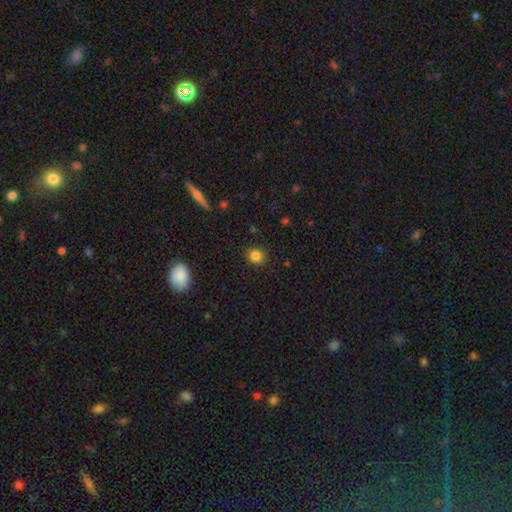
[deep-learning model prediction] A smooth galaxy with no disk features (83%) that is round (64%). Merging: none (88%).